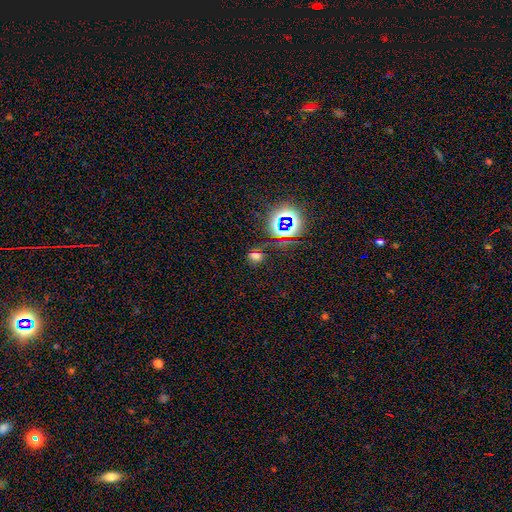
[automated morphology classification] Smooth or featured? smooth (50%)
Merging? none (67%)